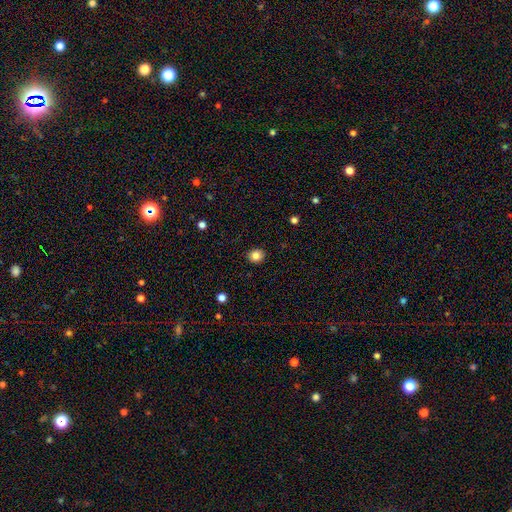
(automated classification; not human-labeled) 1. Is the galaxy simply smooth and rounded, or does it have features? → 84% smooth, 11% star or artifact, 6% featured or disk.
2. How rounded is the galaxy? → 78% round, 21% in between, 1% cigar-shaped.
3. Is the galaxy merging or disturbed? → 90% none, 7% minor disturbance, 2% major disturbance, 1% merger.